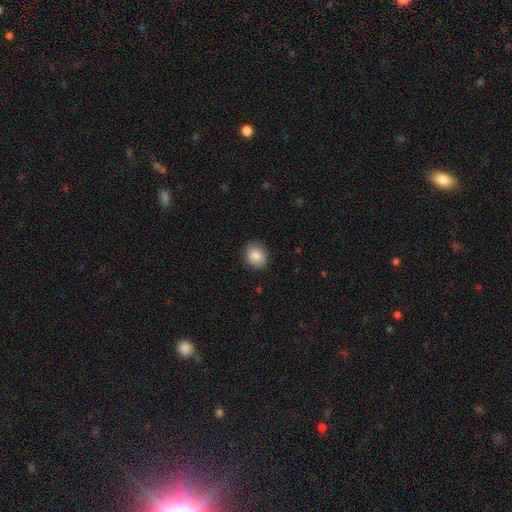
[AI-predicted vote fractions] This is clearly a smooth galaxy (87%). How rounded: likely round (63%). Merging: clearly none (88%).